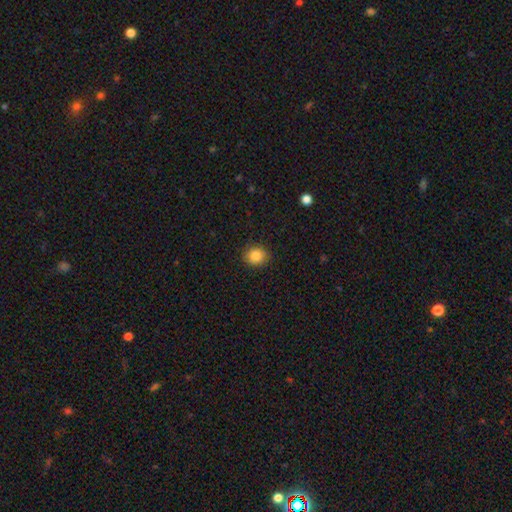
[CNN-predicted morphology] Smooth or featured? smooth (86%)
How rounded? round (76%)
Merging? none (88%)